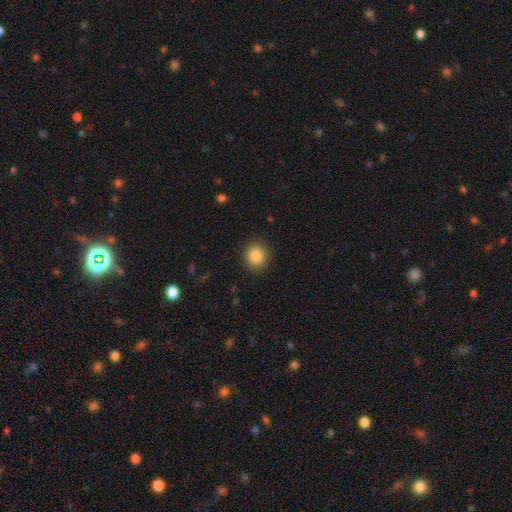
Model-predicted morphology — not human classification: Smooth or featured? Predicted: smooth (p=0.86). How rounded? Predicted: round (p=0.82). Merging? Predicted: none (p=0.89).